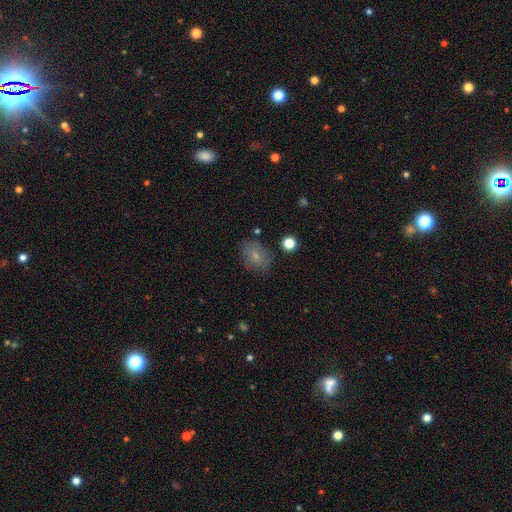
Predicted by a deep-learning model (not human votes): smooth_or_featured: smooth (p=0.71) [alt: featured or disk p=0.17]
how_rounded: in between (p=0.64) [alt: round p=0.35]
merging: none (p=0.75) [alt: minor disturbance p=0.17]